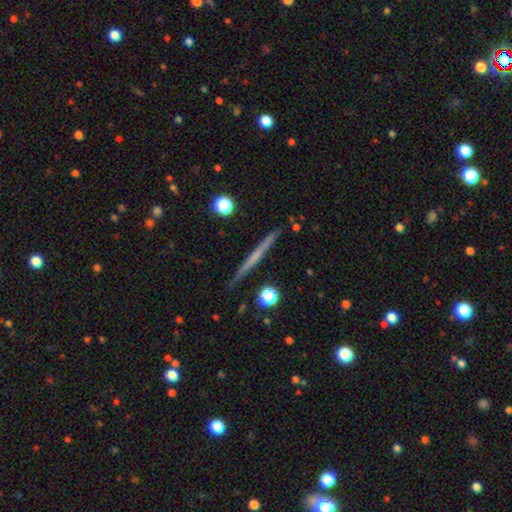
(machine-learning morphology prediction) Smooth or featured?
  - featured or disk: 58% *
  - smooth: 36%
  - star or artifact: 6%
Edge-on disk?
  - yes: 98% *
  - no: 2%
Edge-on bulge?
  - none: 82% *
  - rounded: 14%
  - boxy: 5%
Merging?
  - none: 91% *
  - minor disturbance: 6%
  - merger: 1%
  - major disturbance: 1%